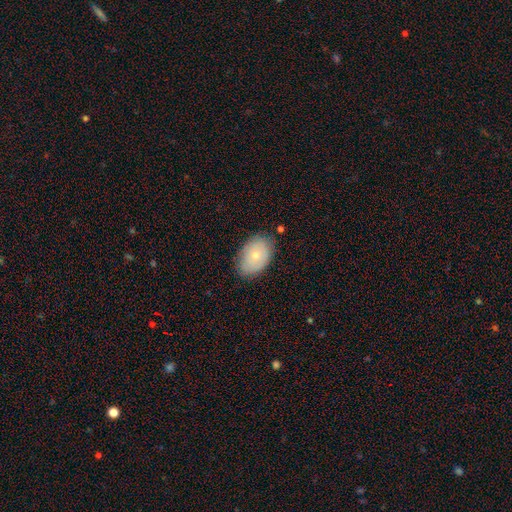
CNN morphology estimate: type=smooth (69%); roundness=in between (86%); merging=none (79%).